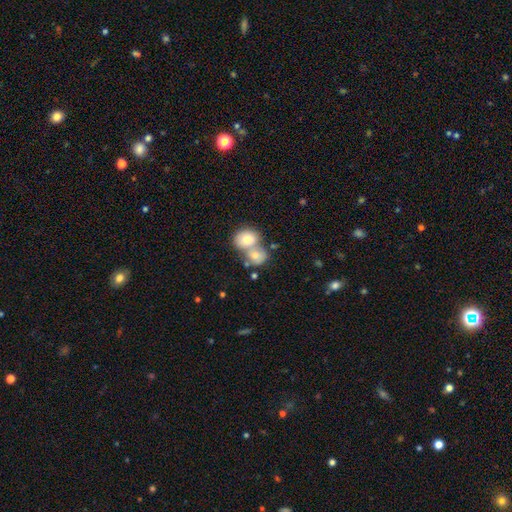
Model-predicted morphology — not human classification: This appears to be a smooth galaxy with no disk features (75%) that is round (59%). Merging: merger (68%).